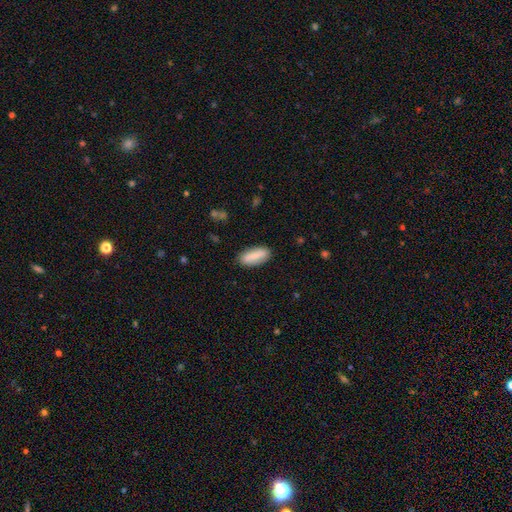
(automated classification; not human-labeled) The model was most divided on "smooth or featured": smooth: 73%, featured or disk: 21%, star or artifact: 6%. More confident: merging — none (85%); how rounded — in between (79%).